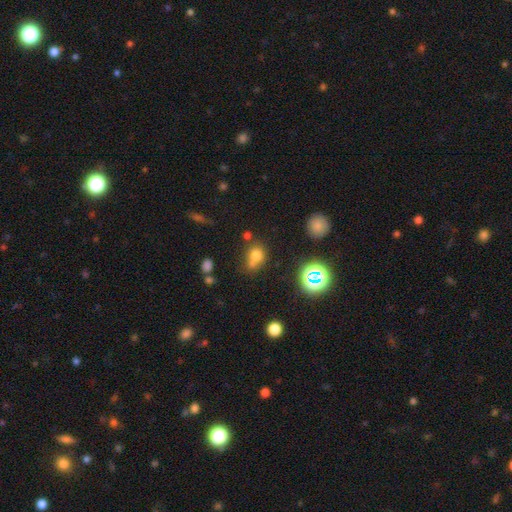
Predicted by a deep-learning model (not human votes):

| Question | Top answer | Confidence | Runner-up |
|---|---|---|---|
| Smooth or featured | smooth | 69% | star or artifact (20%) |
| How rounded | round | 74% | in between (25%) |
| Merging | none | 47% | merger (37%) |